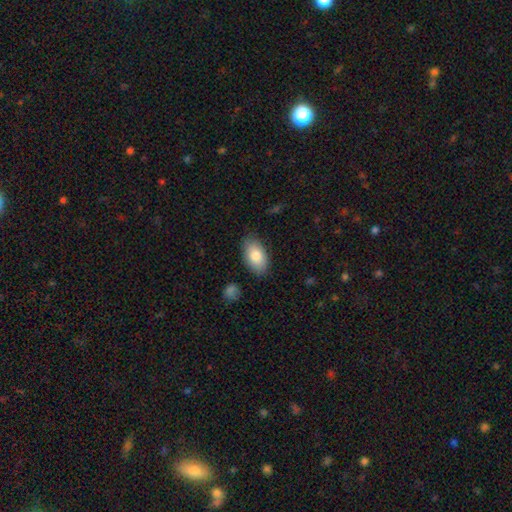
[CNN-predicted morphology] A smooth galaxy with no disk features (82%) that is in between round and cigar-shaped (94%). Merging: none (84%).